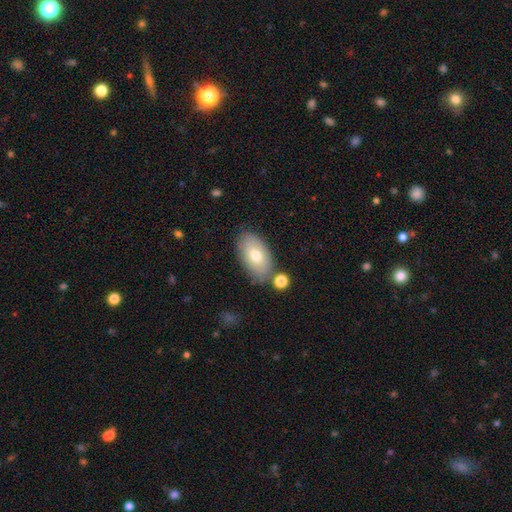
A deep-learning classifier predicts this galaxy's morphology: A smooth galaxy with no disk features (72%) that is in between round and cigar-shaped (94%).

Vote fractions:
- Smooth or featured? smooth: 72% / featured or disk: 21% / star or artifact: 7%
- How rounded? in between: 94% / round: 4% / cigar-shaped: 2%
- Merging? none: 74% / minor disturbance: 15% / merger: 8% / major disturbance: 4%